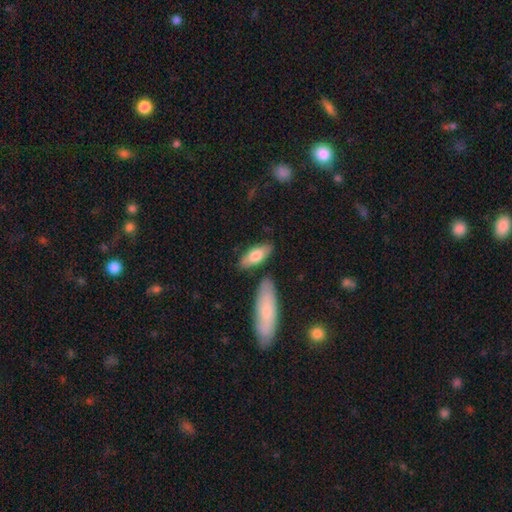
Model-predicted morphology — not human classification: Smooth or featured? Predicted: smooth (p=0.72). How rounded? Predicted: in between (p=0.74). Merging? Predicted: none (p=0.78).